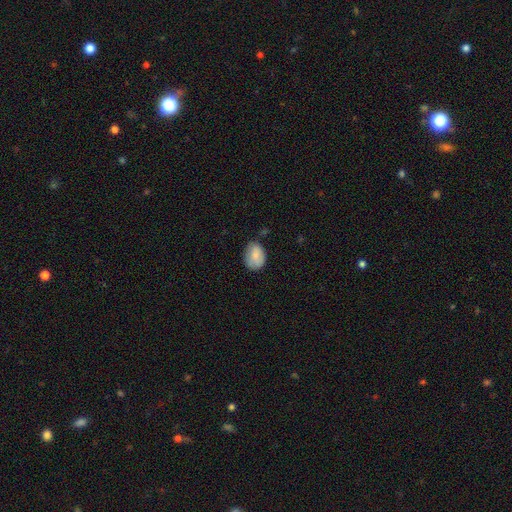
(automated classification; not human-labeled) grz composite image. It shows a smooth galaxy with no disk features (80%) that is in between round and cigar-shaped (75%). Merging: none (59%).